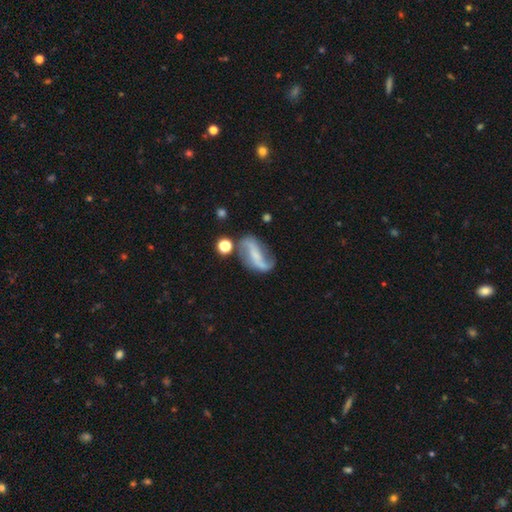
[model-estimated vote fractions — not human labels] This appears to be a featured or disk galaxy (74%) with a strong bar (39%), 2 (86%) loose (74%) spiral arms (89%) and a small central bulge (40%, tied with none). Merging: none (57%).